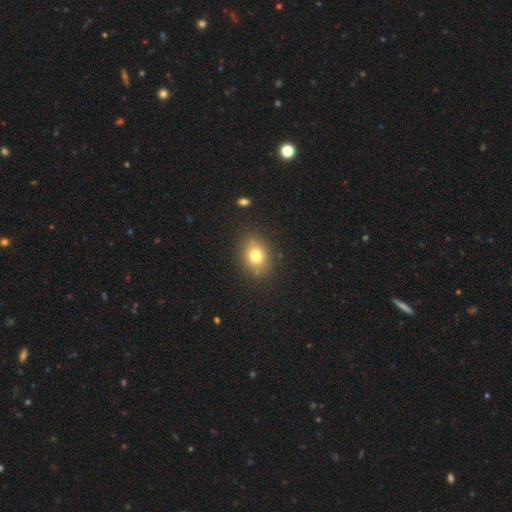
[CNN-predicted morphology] smooth-or-featured: smooth: 78% | star or artifact: 12% | featured or disk: 10%
  how-rounded: in between: 52% | round: 47% | cigar-shaped: 1%
  merging: none: 83% | minor disturbance: 11% | major disturbance: 3% | merger: 3%